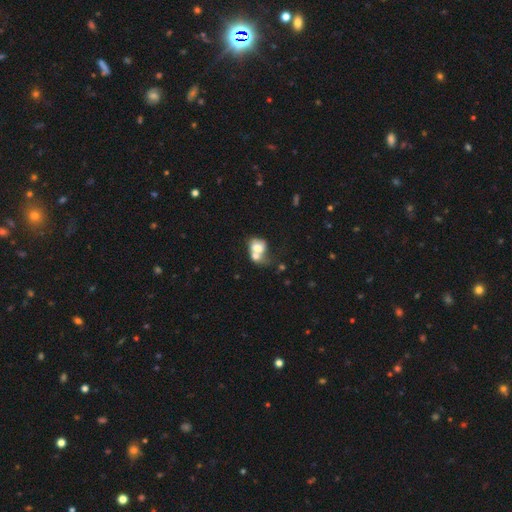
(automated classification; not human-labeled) Smooth or featured? smooth (63%)
How rounded? in between (55%)
Merging? merger (67%)